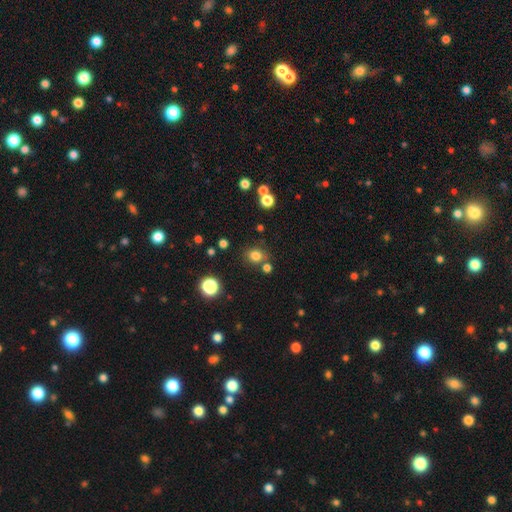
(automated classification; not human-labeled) Smooth or featured? smooth (79%)
How rounded? round (71%)
Merging? none (74%)